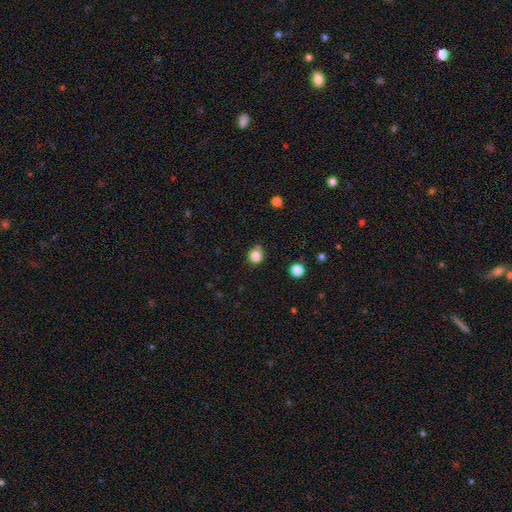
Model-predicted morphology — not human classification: A smooth galaxy with no disk features (83%) that is round (92%).

Vote fractions:
- Smooth or featured? smooth: 83% / star or artifact: 13% / featured or disk: 4%
- How rounded? round: 92% / in between: 7% / cigar-shaped: 1%
- Merging? none: 77% / minor disturbance: 11% / merger: 9% / major disturbance: 3%